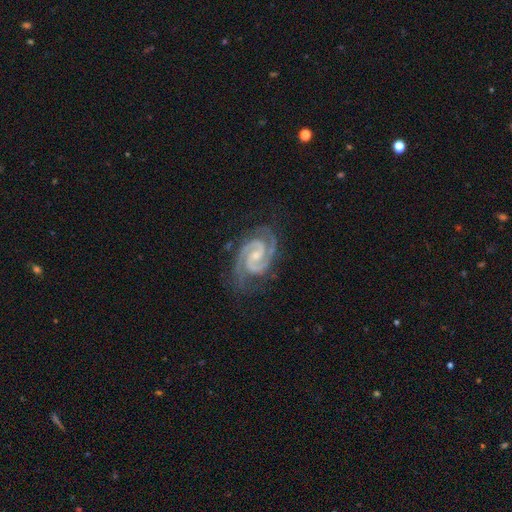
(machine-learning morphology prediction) Smooth or featured: featured or disk — 94% (star or artifact — 4%)
Edge-on disk: no — 98% (yes — 2%)
Bar: no — 44% (weak — 41%)
Spiral arms: yes — 99% (no — 1%)
Spiral winding: tight — 55% (medium — 41%)
Spiral arm count: 2 — 90% (3 — 5%)
Bulge size: small — 65% (moderate — 29%)
Merging: none — 77% (minor disturbance — 17%)